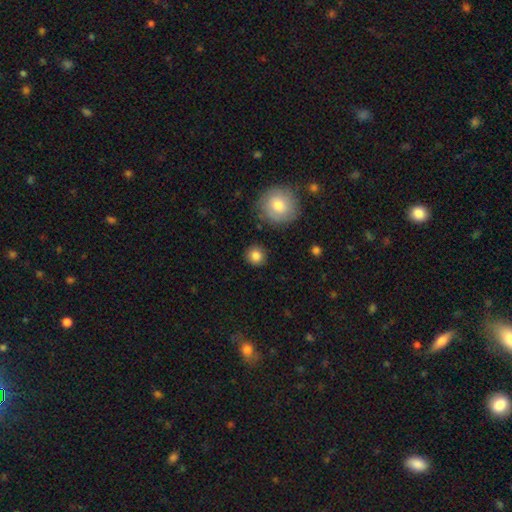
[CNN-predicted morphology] smooth 84%, star or artifact 9%, featured or disk 6%. Down the decision tree: how rounded — round (92%); merging — none (88%).